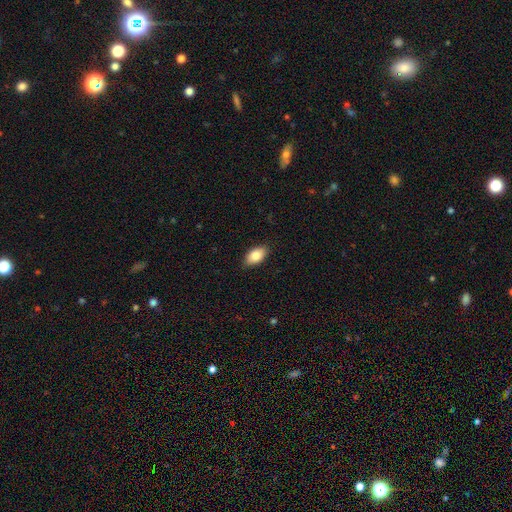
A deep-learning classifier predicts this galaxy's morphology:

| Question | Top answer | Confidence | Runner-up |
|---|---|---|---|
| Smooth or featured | smooth | 84% | featured or disk (9%) |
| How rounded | in between | 93% | round (5%) |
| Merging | none | 86% | minor disturbance (11%) |